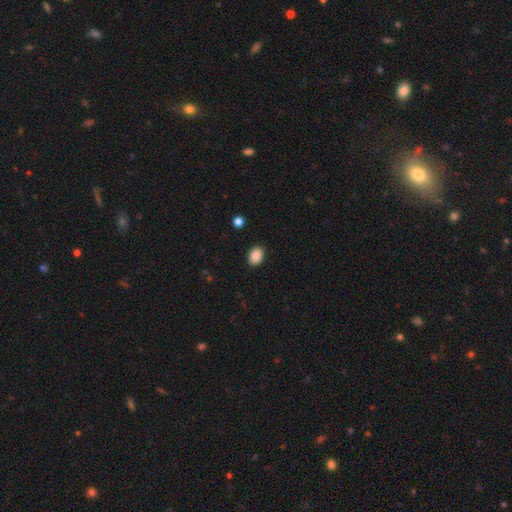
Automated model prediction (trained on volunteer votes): This appears to be a smooth galaxy with no disk features (89%) that is in between round and cigar-shaped (80%). Merging: none (90%).